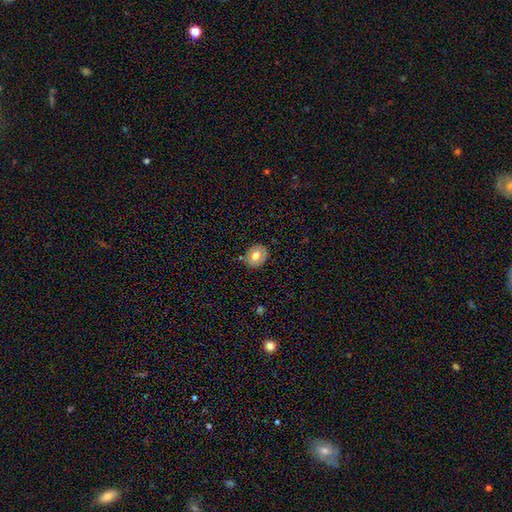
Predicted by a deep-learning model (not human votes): The model was most divided on "how rounded": round: 58%, in between: 41%, cigar-shaped: 1%. More confident: merging — none (80%); smooth or featured — smooth (72%).